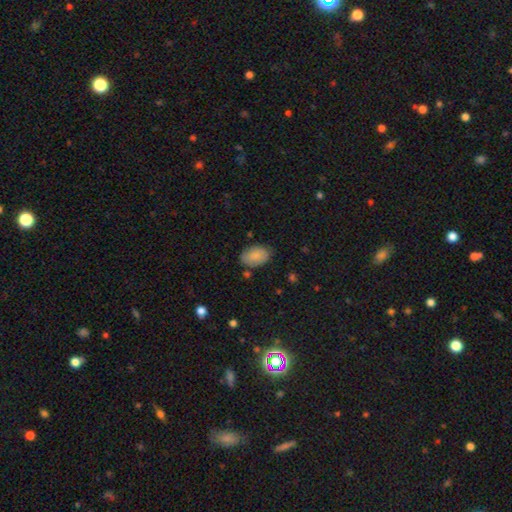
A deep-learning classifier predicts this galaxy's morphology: A smooth galaxy with no disk features (84%) that is in between round and cigar-shaped (89%).

Vote fractions:
- Smooth or featured? smooth: 84% / featured or disk: 10% / star or artifact: 7%
- How rounded? in between: 89% / round: 10% / cigar-shaped: 1%
- Merging? none: 78% / minor disturbance: 16% / major disturbance: 4% / merger: 3%